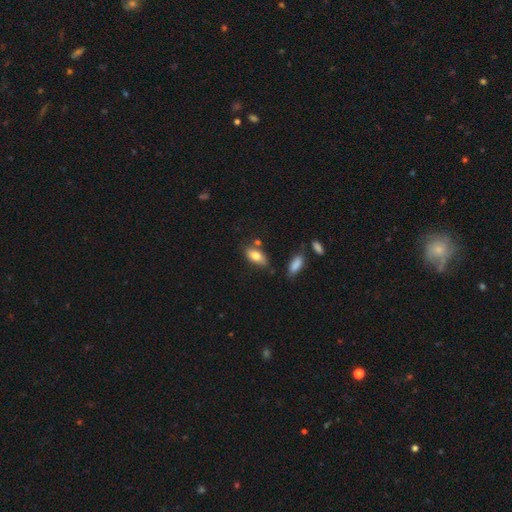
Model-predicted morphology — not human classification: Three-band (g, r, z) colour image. It shows a smooth galaxy with no disk features (77%) that is in between round and cigar-shaped (88%). Merging: none (70%).